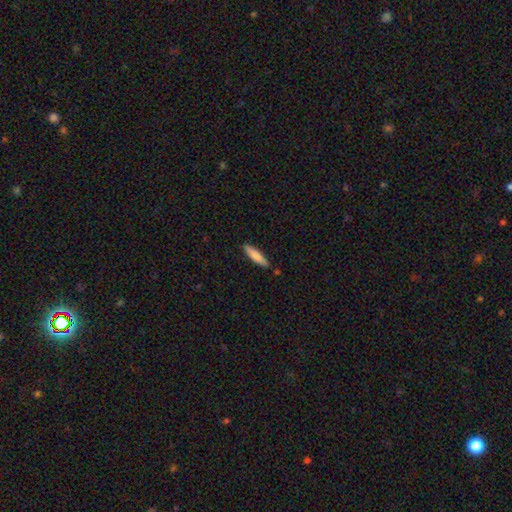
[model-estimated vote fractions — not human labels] This appears to be a smooth galaxy with no disk features (78%) that is cigar-shaped (80%). Merging: none (87%).